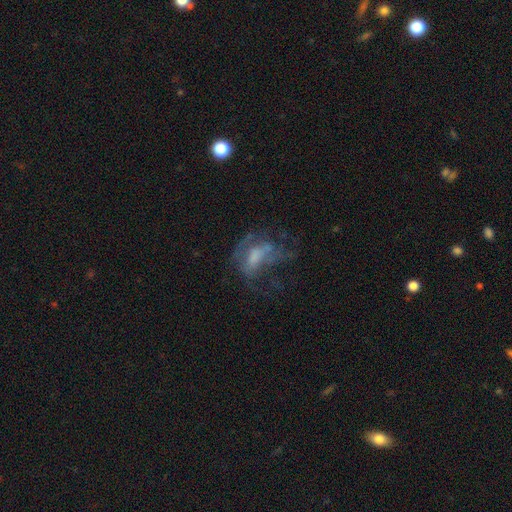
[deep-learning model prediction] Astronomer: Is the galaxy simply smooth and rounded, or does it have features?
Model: featured or disk — 53% (runner-up: smooth, 31%).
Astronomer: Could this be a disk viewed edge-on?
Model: no — 95%.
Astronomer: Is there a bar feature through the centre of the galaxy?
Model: no — 63%.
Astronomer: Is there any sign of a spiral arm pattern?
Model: no — 67%.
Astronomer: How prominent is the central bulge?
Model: none — 35% (runner-up: moderate, 29%).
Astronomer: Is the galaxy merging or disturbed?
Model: major disturbance — 46% (runner-up: none, 31%).